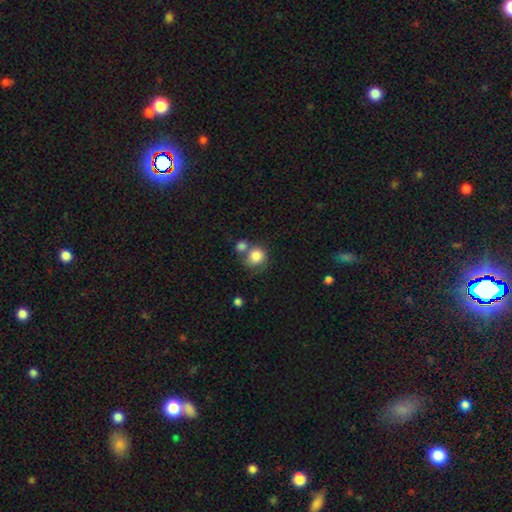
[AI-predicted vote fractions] smooth-or-featured: smooth: 83% | featured or disk: 9% | star or artifact: 8%
  how-rounded: round: 78% | in between: 21% | cigar-shaped: 1%
  merging: none: 40% (tied) | merger: 40% (tied) | minor disturbance: 13% | major disturbance: 7%